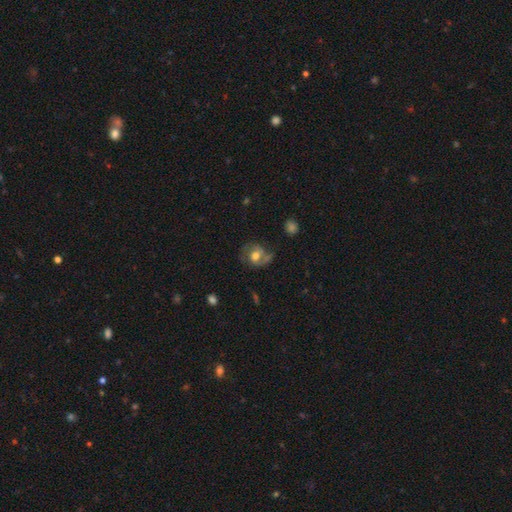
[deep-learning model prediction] Smooth or featured? featured or disk (60%)
Edge-on disk? no (97%)
Bar? no (54%)
Spiral arms? yes (83%)
Bulge size? moderate (61%)
Merging? none (58%)